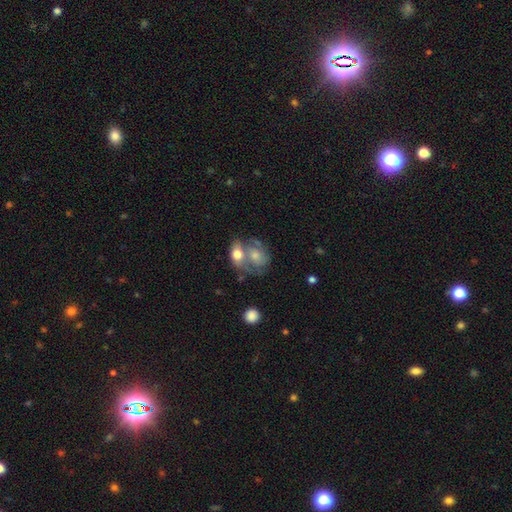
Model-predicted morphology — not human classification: Overall: smooth (54%; featured or disk 38%). How rounded: in between (53%; round 45%). Merging: merger (55%; none 23%).